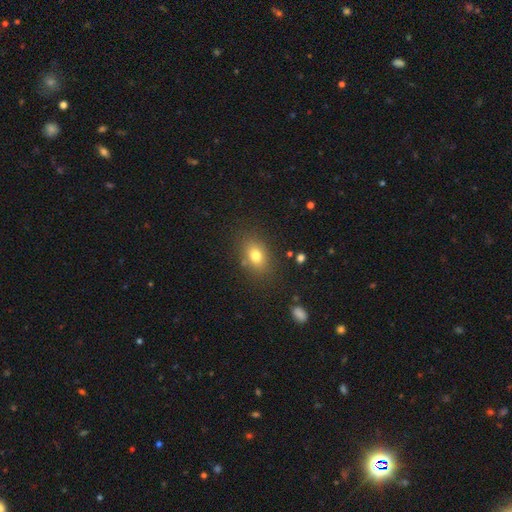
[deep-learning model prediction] Morphology: type=smooth (77%); roundness=in between (73%); merging=none (82%).